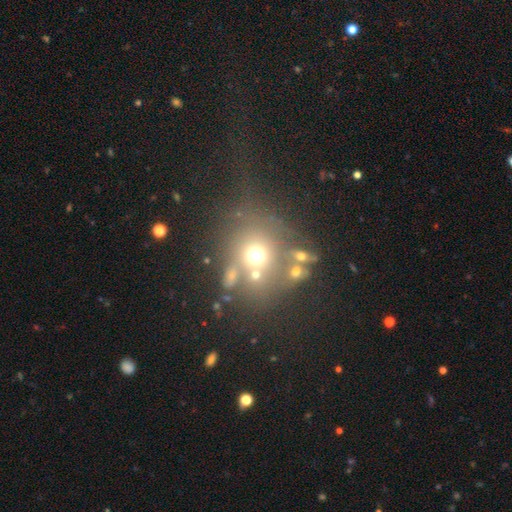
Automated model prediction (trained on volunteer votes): Q: Smooth or featured?
A: smooth (61%); runner-up: star or artifact (21%)
Q: How rounded?
A: round (74%); runner-up: in between (24%)
Q: Merging?
A: none (50%); runner-up: merger (26%)